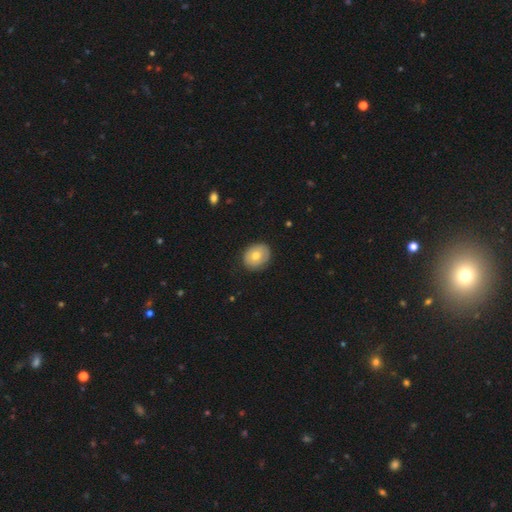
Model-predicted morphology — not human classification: smooth-or-featured: smooth: 64% | featured or disk: 29% | star or artifact: 7%
  how-rounded: round: 53% | in between: 46% | cigar-shaped: 1%
  merging: none: 85% | minor disturbance: 11% | major disturbance: 3% | merger: 1%